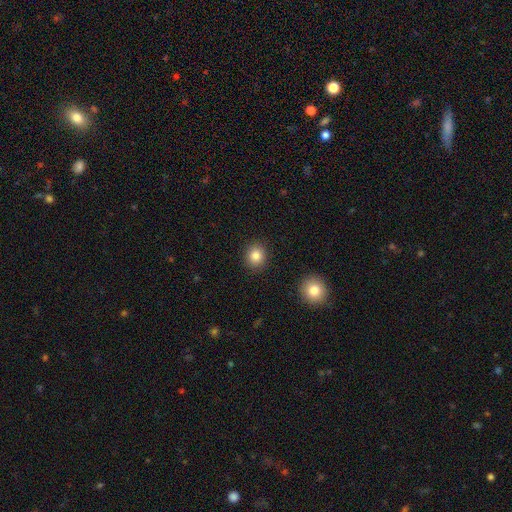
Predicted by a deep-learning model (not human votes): smooth 84%, star or artifact 10%, featured or disk 5%. Down the decision tree: how rounded — round (80%); merging — none (89%).